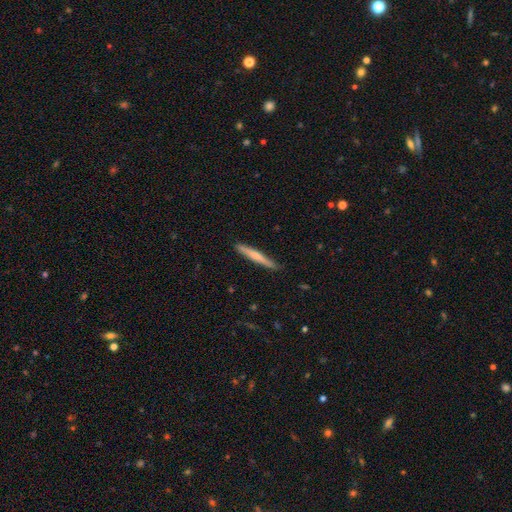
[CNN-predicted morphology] Smooth or featured? smooth (53%)
How rounded? cigar-shaped (96%)
Merging? none (88%)